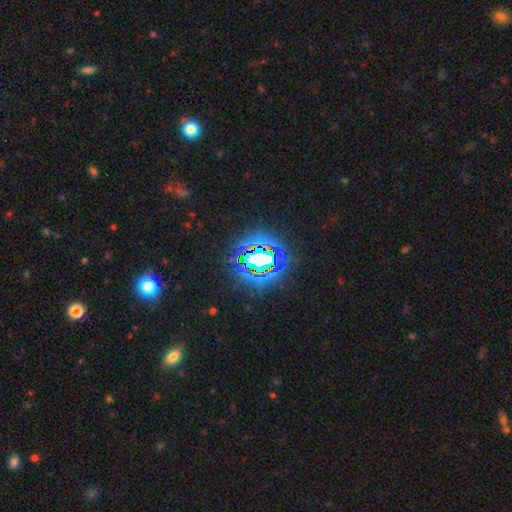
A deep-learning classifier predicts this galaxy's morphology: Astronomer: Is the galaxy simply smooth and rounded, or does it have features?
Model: star or artifact — 75%.